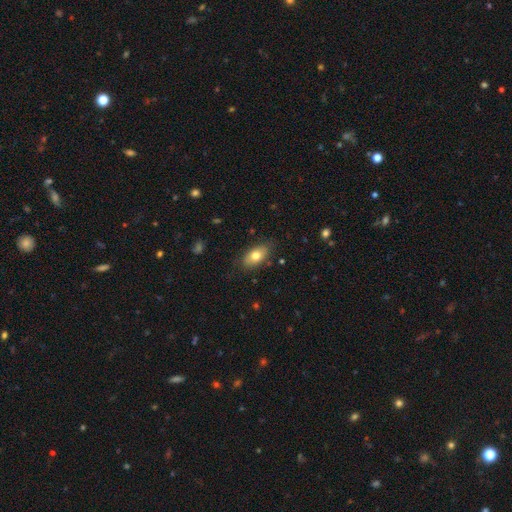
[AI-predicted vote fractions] Smooth or featured? smooth (75%)
How rounded? in between (89%)
Merging? none (82%)